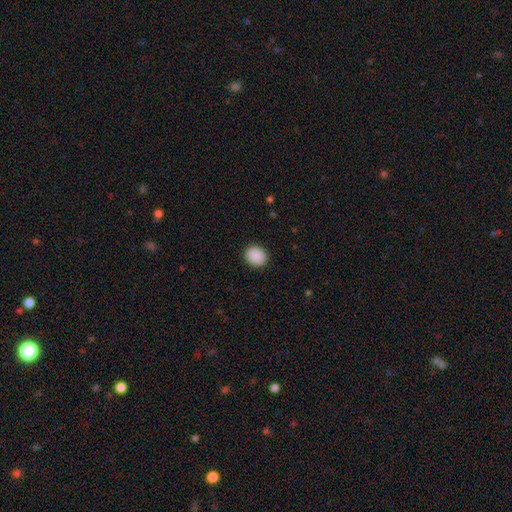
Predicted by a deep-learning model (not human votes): A smooth galaxy with no disk features (90%) that is round (67%). Merging: none (90%).